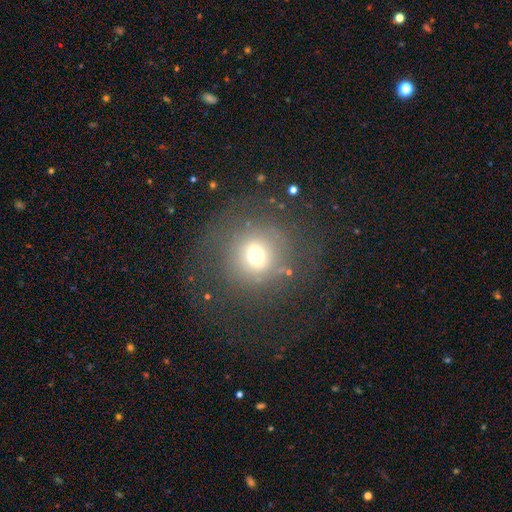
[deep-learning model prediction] smooth-or-featured: smooth: 66% | star or artifact: 19% | featured or disk: 15%
  how-rounded: round: 92% | in between: 7% | cigar-shaped: 1%
  merging: none: 73% | minor disturbance: 13% | major disturbance: 12% | merger: 2%